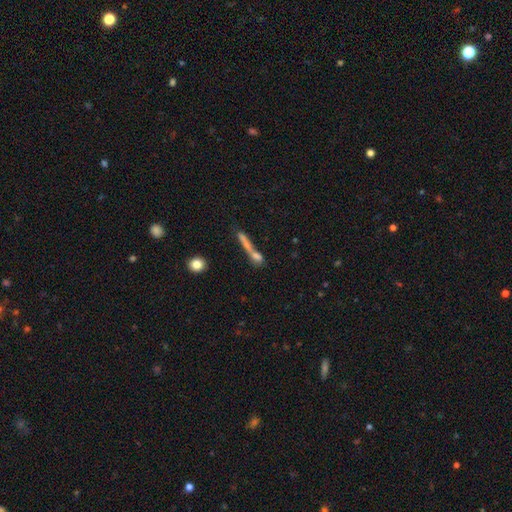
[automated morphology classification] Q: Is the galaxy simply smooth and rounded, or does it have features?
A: smooth — 59%.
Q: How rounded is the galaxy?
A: cigar-shaped — 78%.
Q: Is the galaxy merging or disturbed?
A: none — 46%.